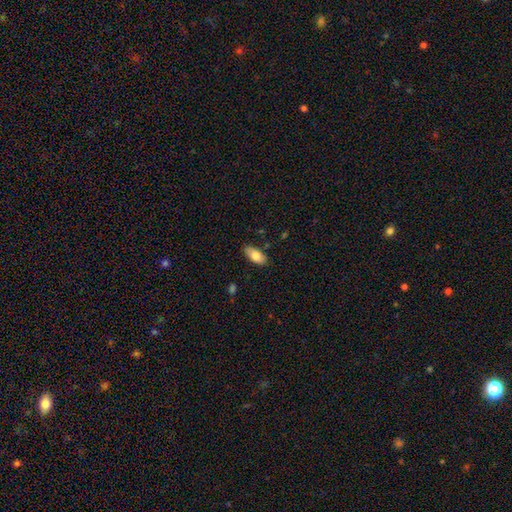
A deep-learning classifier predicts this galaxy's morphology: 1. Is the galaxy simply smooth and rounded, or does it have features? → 80% smooth, 14% featured or disk, 7% star or artifact.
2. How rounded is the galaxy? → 90% in between, 7% cigar-shaped, 2% round.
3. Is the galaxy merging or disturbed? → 82% none, 14% minor disturbance, 2% major disturbance, 2% merger.